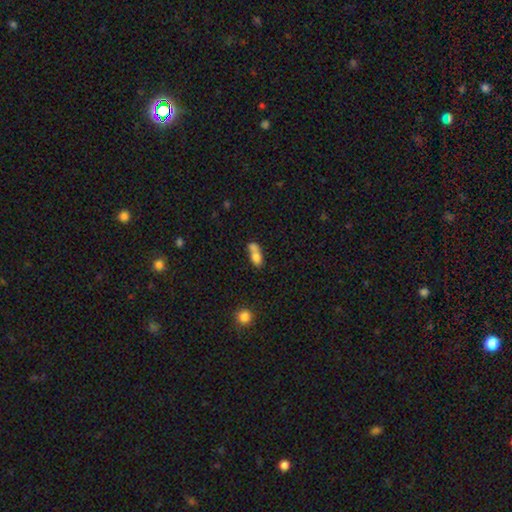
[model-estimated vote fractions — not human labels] Smooth or featured: smooth — 74% (featured or disk — 16%)
How rounded: in between — 72% (round — 21%)
Merging: merger — 66% (none — 21%)